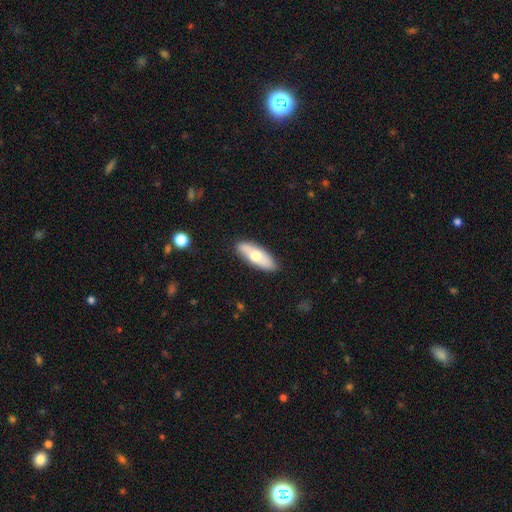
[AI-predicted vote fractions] smooth-or-featured: smooth: 61% | featured or disk: 33% | star or artifact: 5%
  how-rounded: in between: 65% | cigar-shaped: 33% | round: 2%
  merging: none: 86% | minor disturbance: 11% | major disturbance: 2% | merger: 1%